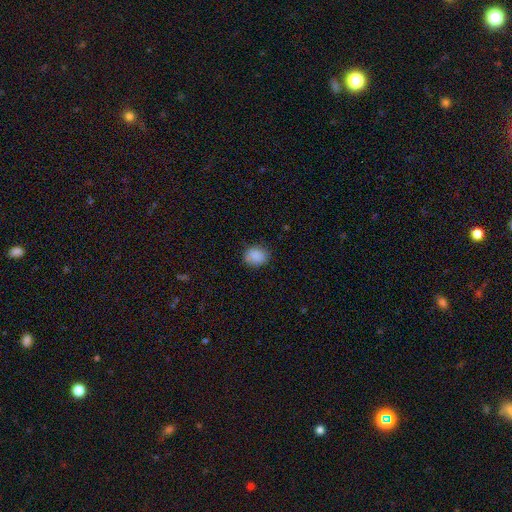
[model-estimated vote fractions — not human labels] Smooth or featured? smooth (88%)
How rounded? round (58%)
Merging? none (82%)